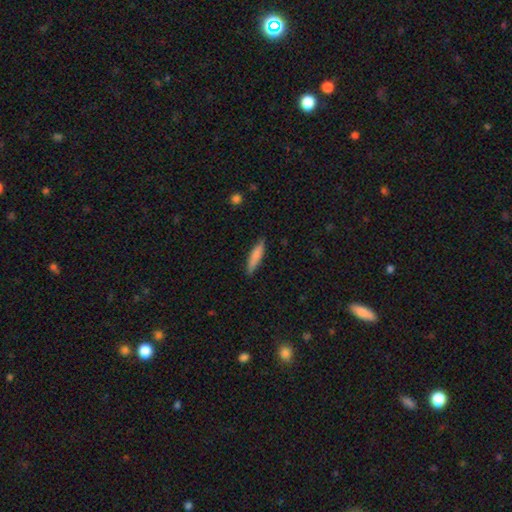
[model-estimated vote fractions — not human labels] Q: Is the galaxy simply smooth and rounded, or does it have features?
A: smooth — 80%.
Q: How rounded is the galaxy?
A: cigar-shaped — 82%.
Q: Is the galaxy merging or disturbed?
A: none — 84%.